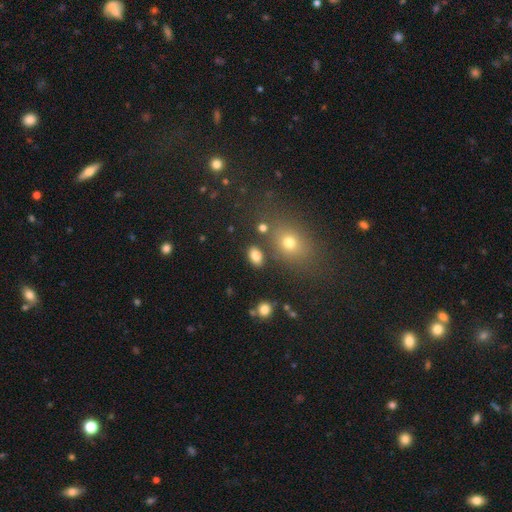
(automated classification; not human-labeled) The model was most divided on "merging": none: 80%, minor disturbance: 10%, merger: 6%, major disturbance: 4%. More confident: how rounded — in between (86%); smooth or featured — smooth (82%).